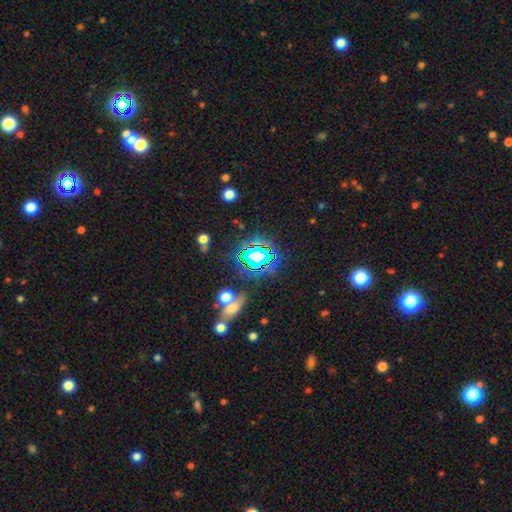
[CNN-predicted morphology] The model was most divided on "smooth or featured": star or artifact: 66%, smooth: 21%, featured or disk: 13%.